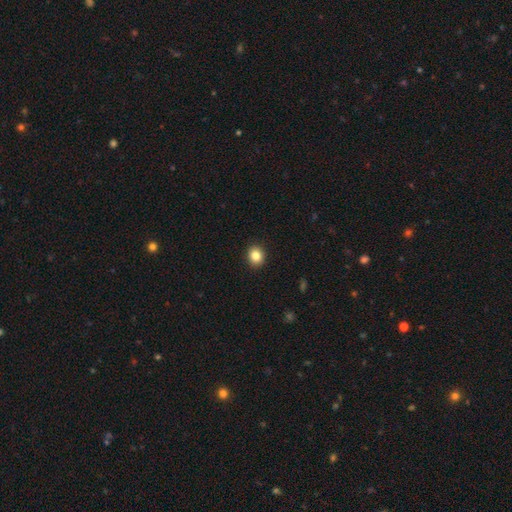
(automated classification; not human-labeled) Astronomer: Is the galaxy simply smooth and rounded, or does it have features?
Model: smooth — 84%.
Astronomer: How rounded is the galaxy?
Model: round — 75%.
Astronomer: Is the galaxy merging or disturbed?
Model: none — 92%.